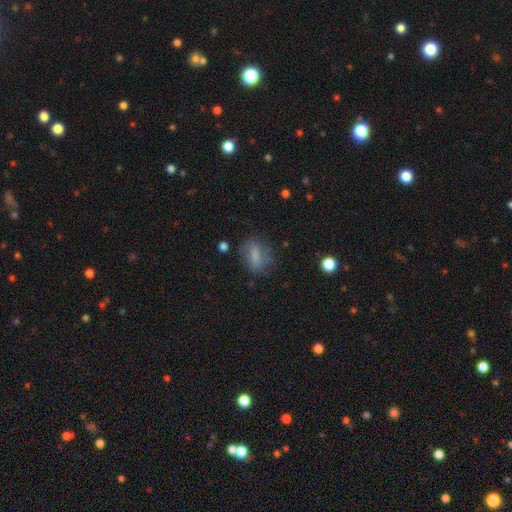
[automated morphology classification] A smooth galaxy with no disk features (68%) that is in between round and cigar-shaped (72%). Merging: none (65%).